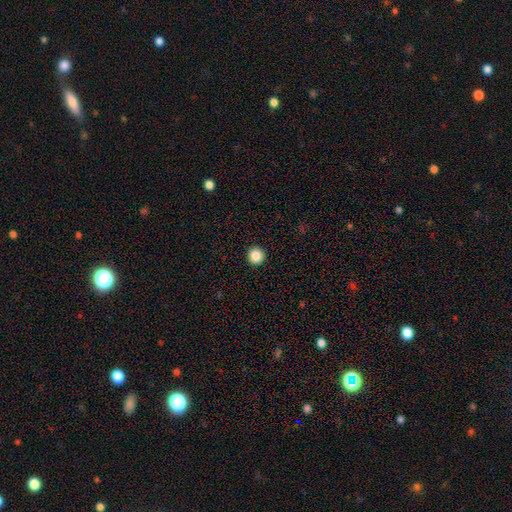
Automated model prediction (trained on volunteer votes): Morphology: type=smooth (86%); roundness=round (95%); merging=none (94%).